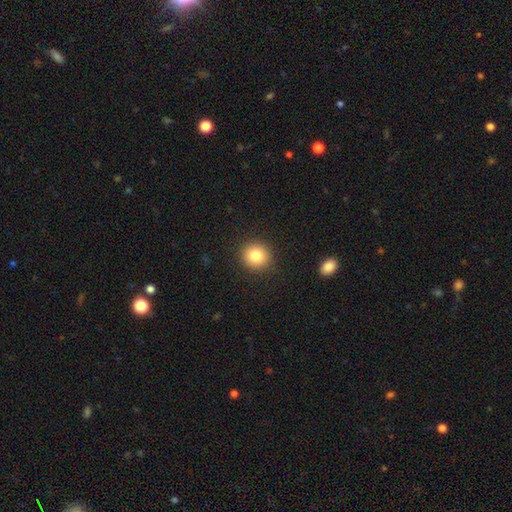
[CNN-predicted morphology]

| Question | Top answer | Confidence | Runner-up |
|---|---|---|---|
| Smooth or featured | smooth | 83% | star or artifact (10%) |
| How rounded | round | 90% | in between (9%) |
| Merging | none | 91% | minor disturbance (6%) |